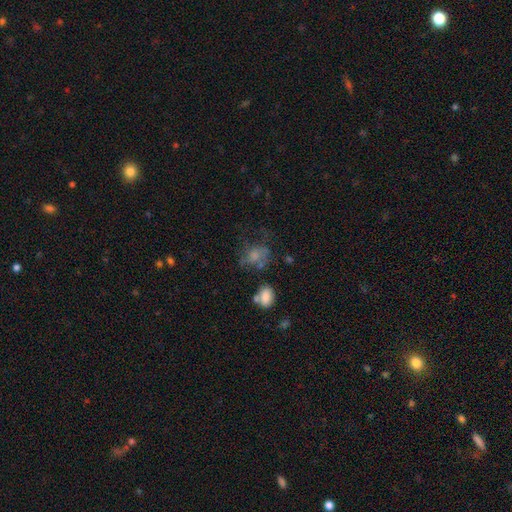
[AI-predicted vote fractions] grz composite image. It shows a smooth galaxy with no disk features (60%) that is in between round and cigar-shaped (51%). Merging: none (34%).